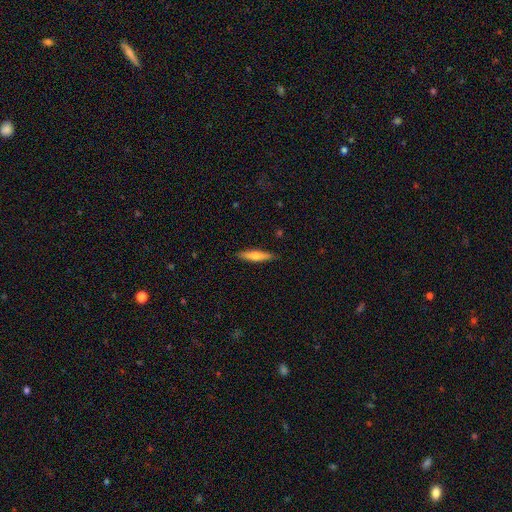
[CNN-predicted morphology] Smooth or featured: smooth — 60% (featured or disk — 34%)
How rounded: cigar-shaped — 83% (in between — 15%)
Merging: none — 89% (minor disturbance — 8%)